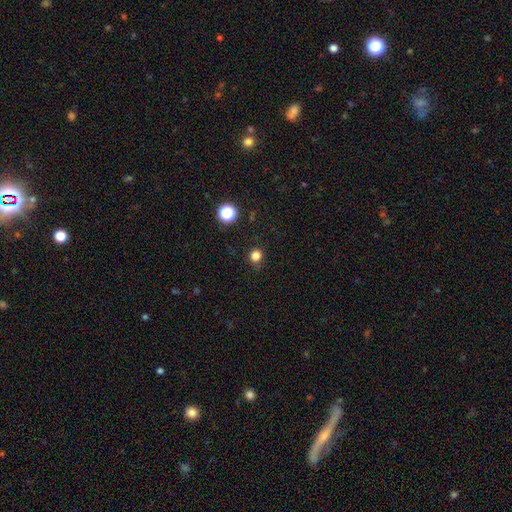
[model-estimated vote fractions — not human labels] smooth 81%, star or artifact 16%, featured or disk 4%. Down the decision tree: how rounded — round (87%); merging — none (84%).